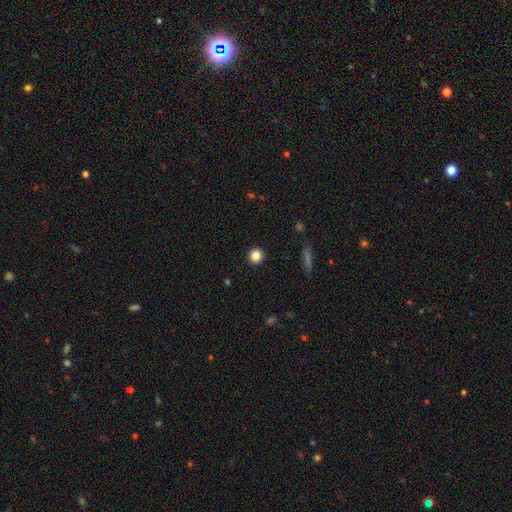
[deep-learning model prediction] The model was most divided on "smooth or featured": smooth: 84%, star or artifact: 11%, featured or disk: 5%. More confident: how rounded — round (95%); merging — none (92%).